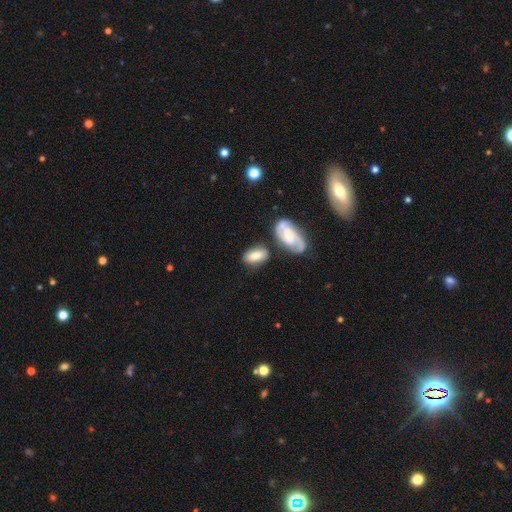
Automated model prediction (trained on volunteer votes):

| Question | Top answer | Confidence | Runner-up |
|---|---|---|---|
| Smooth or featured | smooth | 68% | featured or disk (25%) |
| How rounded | in between | 87% | round (9%) |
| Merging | none | 61% | minor disturbance (17%) |